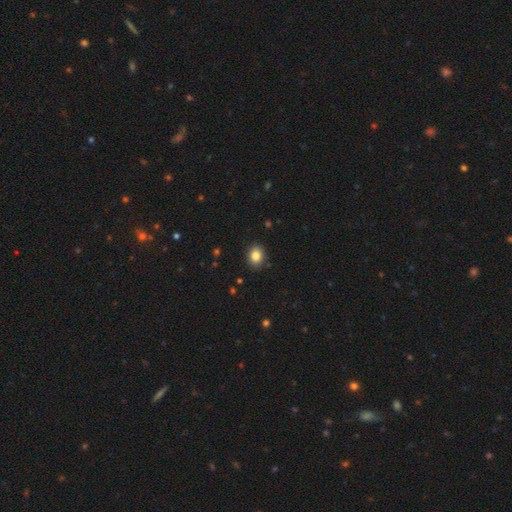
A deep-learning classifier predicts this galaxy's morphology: smooth-or-featured: smooth: 85% | star or artifact: 9% | featured or disk: 5%
  how-rounded: in between: 51% | round: 48% | cigar-shaped: 1%
  merging: none: 89% | minor disturbance: 8% | major disturbance: 2% | merger: 1%